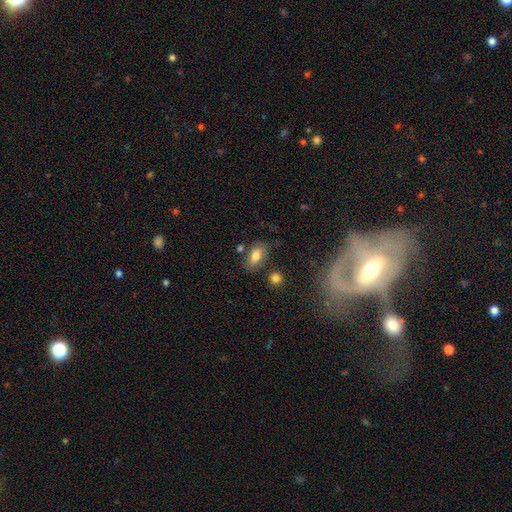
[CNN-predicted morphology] A smooth galaxy with no disk features (74%) that is in between round and cigar-shaped (89%).

Vote fractions:
- Smooth or featured? smooth: 74% / featured or disk: 18% / star or artifact: 8%
- How rounded? in between: 89% / round: 8% / cigar-shaped: 4%
- Merging? none: 65% / minor disturbance: 20% / merger: 8% / major disturbance: 7%